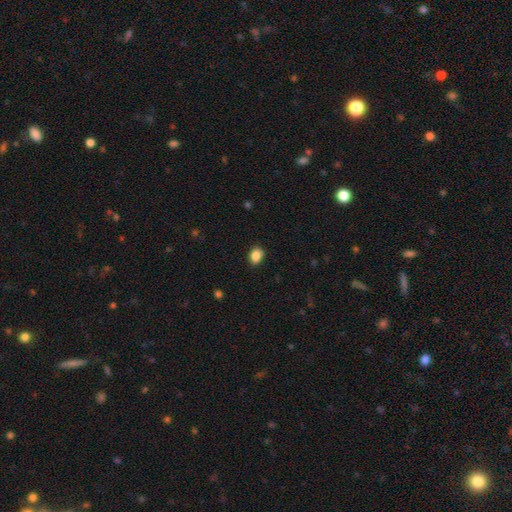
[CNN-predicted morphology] Overall: smooth (87%). How rounded: in between (69%). Merging: none (85%).